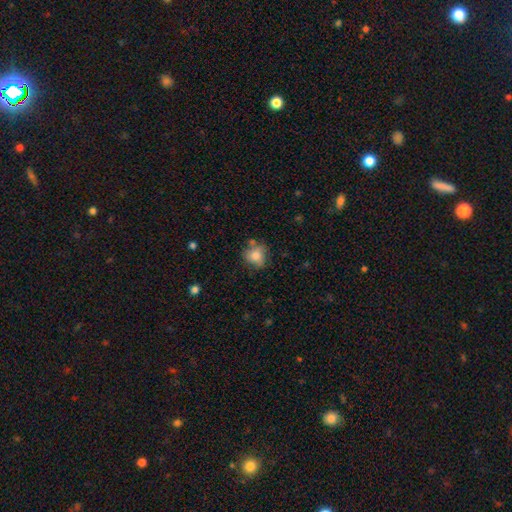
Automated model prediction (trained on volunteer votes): A smooth galaxy with no disk features (73%) that is round (70%). Merging: none (58%).